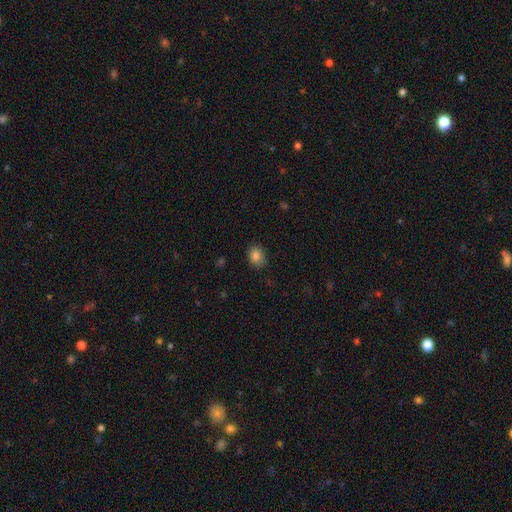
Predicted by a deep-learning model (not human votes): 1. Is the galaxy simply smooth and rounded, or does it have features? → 85% smooth, 10% star or artifact, 5% featured or disk.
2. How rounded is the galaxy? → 57% in between, 42% round, 1% cigar-shaped.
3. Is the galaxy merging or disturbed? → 84% none, 12% minor disturbance, 3% major disturbance, 1% merger.